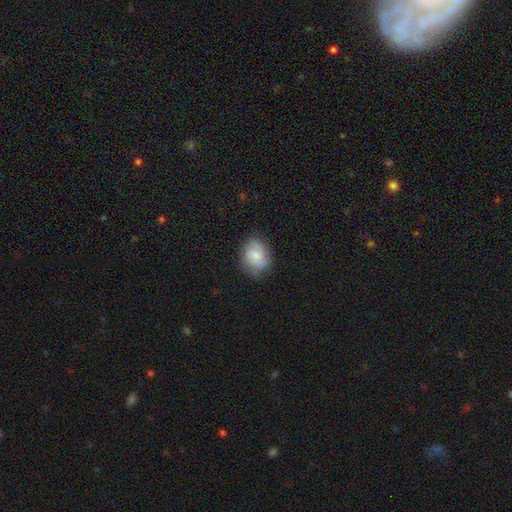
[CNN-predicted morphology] Smooth or featured? Predicted: smooth (p=0.64). How rounded? Predicted: in between (p=0.50). Merging? Predicted: none (p=0.67).